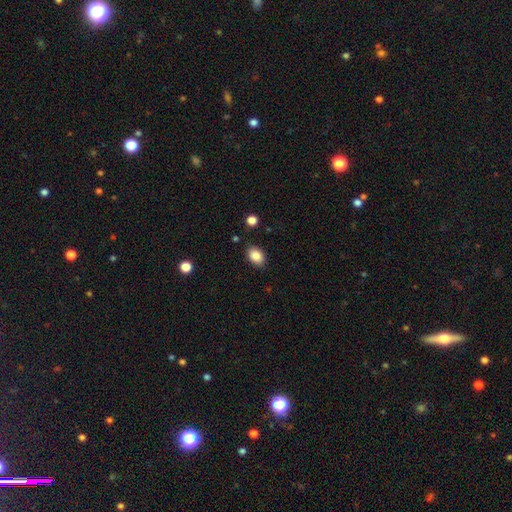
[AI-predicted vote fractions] A smooth galaxy with no disk features (87%) that is in between round and cigar-shaped (82%).

Vote fractions:
- Smooth or featured? smooth: 87% / star or artifact: 8% / featured or disk: 5%
- How rounded? in between: 82% / round: 17% / cigar-shaped: 1%
- Merging? none: 85% / minor disturbance: 11% / major disturbance: 3% / merger: 2%